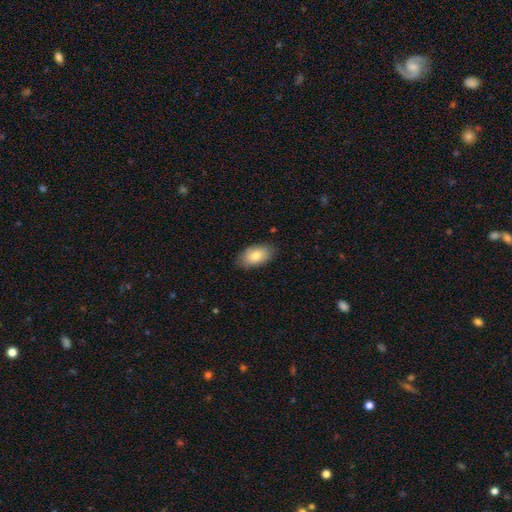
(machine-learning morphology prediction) This is likely a smooth galaxy (80%). How rounded: clearly in between (93%). Merging: clearly none (83%).